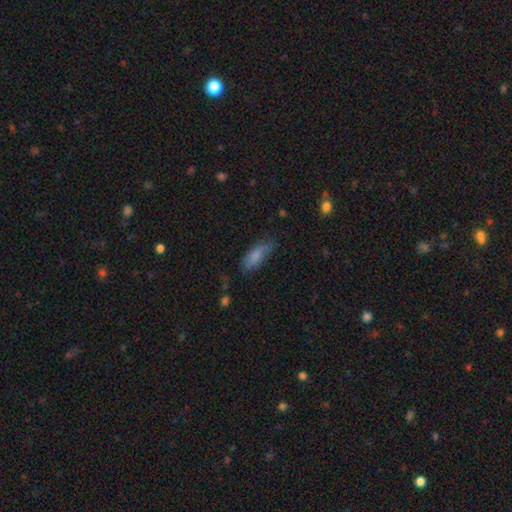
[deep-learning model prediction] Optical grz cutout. It shows a smooth galaxy with no disk features (80%) that is in between round and cigar-shaped (70%). Merging: none (64%).